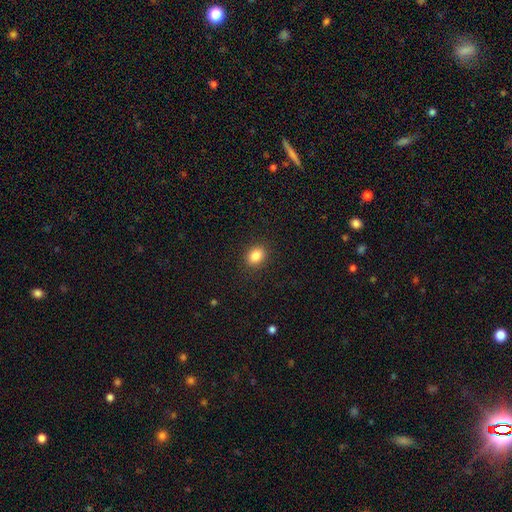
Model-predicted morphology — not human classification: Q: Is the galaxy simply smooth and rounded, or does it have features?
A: smooth — 85%.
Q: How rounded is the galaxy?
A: in between — 59%.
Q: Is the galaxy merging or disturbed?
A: none — 90%.